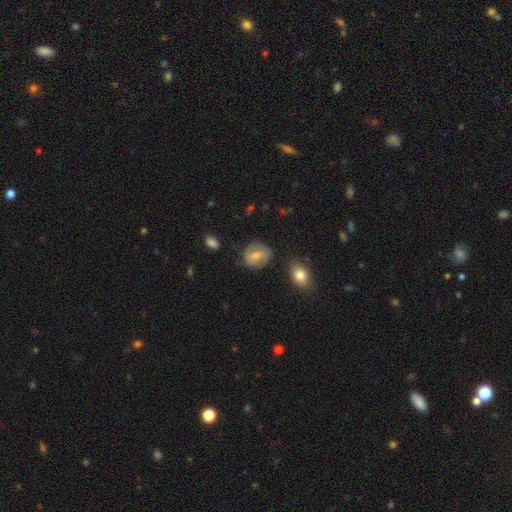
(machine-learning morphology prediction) smooth-or-featured: featured or disk: 52% | smooth: 41% | star or artifact: 7%
  disk-edge-on: no: 96% | yes: 4%
    bar: weak: 50% | no: 28% | strong: 23%
    has-spiral-arms: yes: 79% | no: 21%
    bulge-size: small: 45% | moderate: 42% | none: 8% | large: 3% | dominant: 1%
  merging: none: 70% | minor disturbance: 20% | major disturbance: 7% | merger: 3%